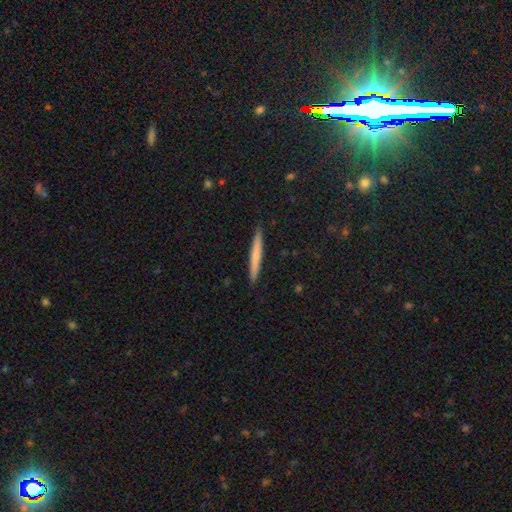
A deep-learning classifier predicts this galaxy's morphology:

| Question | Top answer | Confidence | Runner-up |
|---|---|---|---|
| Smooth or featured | smooth | 68% | featured or disk (27%) |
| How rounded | cigar-shaped | 96% | in between (2%) |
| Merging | none | 92% | minor disturbance (6%) |